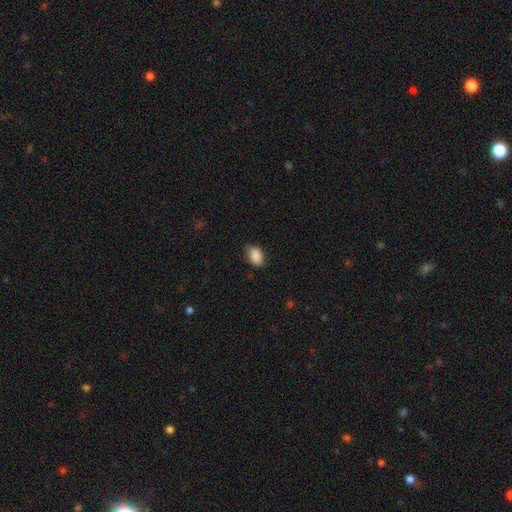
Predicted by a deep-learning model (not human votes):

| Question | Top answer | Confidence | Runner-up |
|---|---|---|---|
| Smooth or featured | smooth | 88% | star or artifact (8%) |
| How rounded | in between | 84% | round (14%) |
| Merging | none | 79% | minor disturbance (16%) |